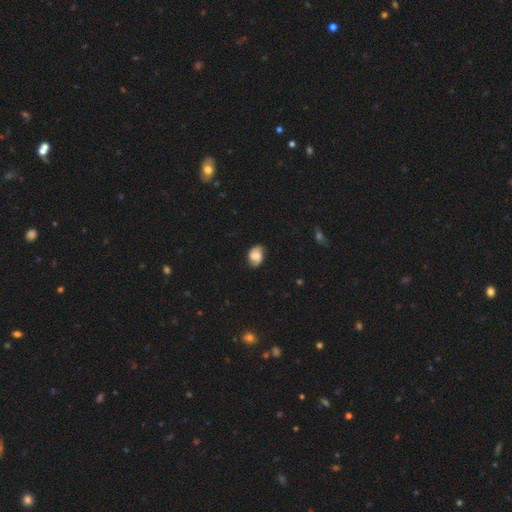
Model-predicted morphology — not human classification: smooth-or-featured: smooth: 49% | featured or disk: 42% | star or artifact: 9%
  merging: none: 76% | minor disturbance: 18% | major disturbance: 4% | merger: 1%